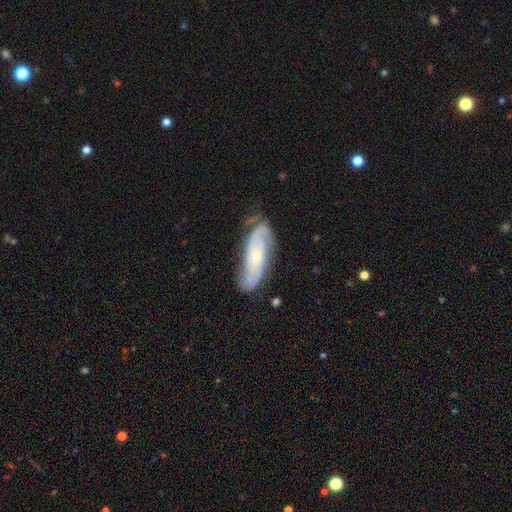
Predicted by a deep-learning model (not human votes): Smooth or featured? Predicted: featured or disk (p=0.76). Edge-on disk? Predicted: no (p=0.87). Bar? Predicted: no (p=0.66). Spiral arms? Predicted: yes (p=0.93). Spiral winding? Predicted: tight (p=0.45). Spiral arm count? Predicted: 2 (p=0.63). Bulge size? Predicted: small (p=0.70). Merging? Predicted: none (p=0.68).